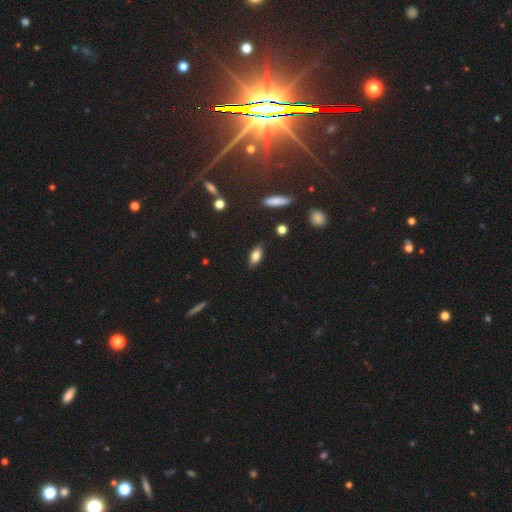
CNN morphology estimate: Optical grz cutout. It shows a smooth galaxy with no disk features (77%) that is in between round and cigar-shaped (82%). Merging: none (84%).